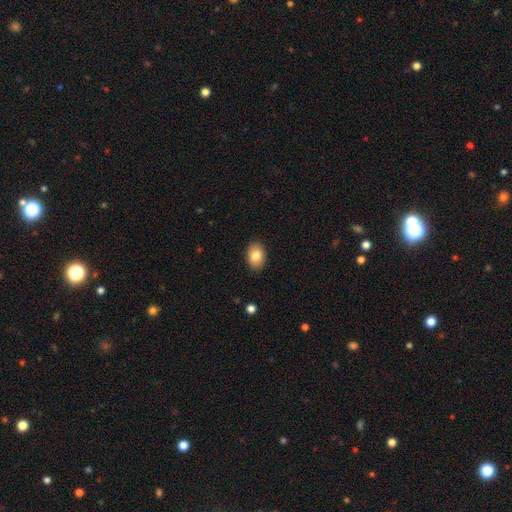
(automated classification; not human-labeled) This appears to be a smooth galaxy with no disk features (82%) that is in between round and cigar-shaped (82%). Merging: none (89%).